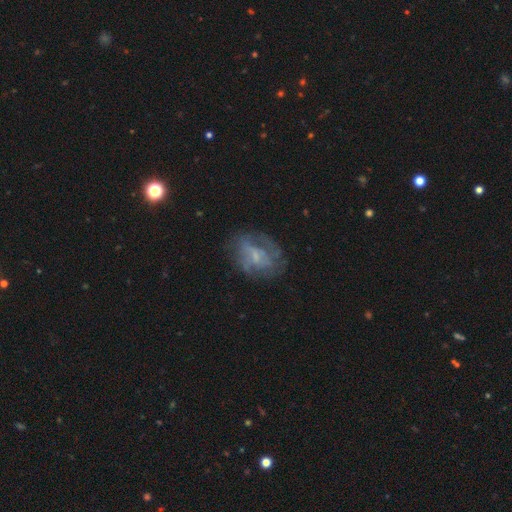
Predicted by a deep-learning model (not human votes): smooth-or-featured: featured or disk: 62% | smooth: 27% | star or artifact: 11%
  disk-edge-on: no: 97% | yes: 3%
    bar: no: 47% | weak: 42% | strong: 11%
    has-spiral-arms: yes: 61% | no: 39%
    bulge-size: small: 49% | none: 29% | moderate: 20% | large: 2% | dominant: 1%
  merging: none: 59% | minor disturbance: 21% | major disturbance: 18% | merger: 2%